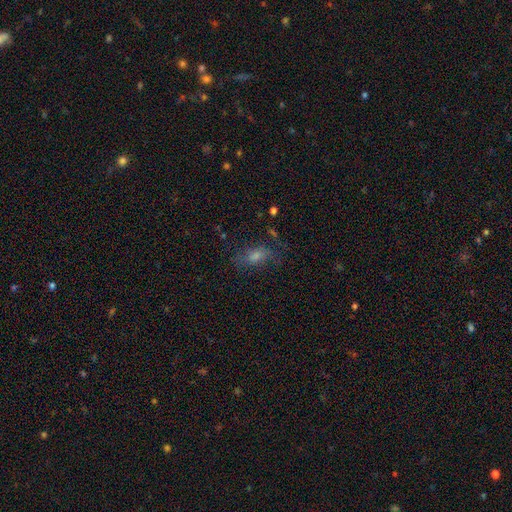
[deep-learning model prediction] smooth-or-featured: smooth: 46% | featured or disk: 28% | star or artifact: 26%
  merging: none: 67% | minor disturbance: 18% | major disturbance: 12% | merger: 2%